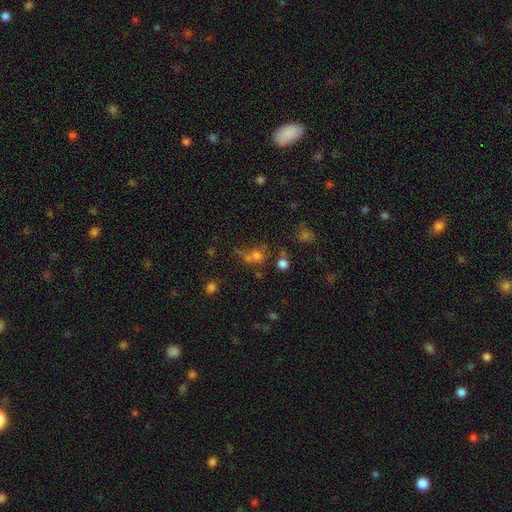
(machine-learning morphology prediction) smooth-or-featured: smooth: 59% | star or artifact: 28% | featured or disk: 13%
  how-rounded: round: 79% | in between: 19% | cigar-shaped: 1%
  merging: none: 46% | merger: 37% | minor disturbance: 10% | major disturbance: 7%